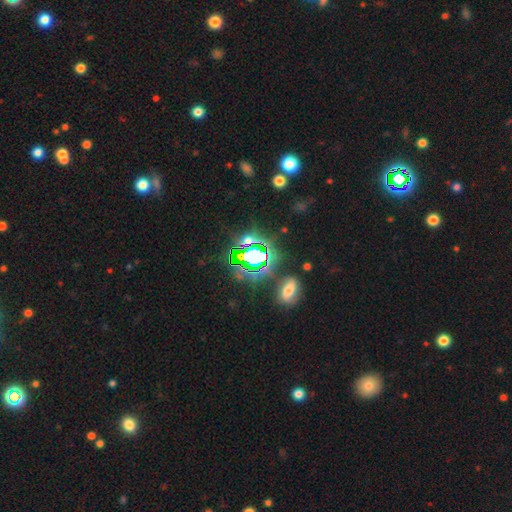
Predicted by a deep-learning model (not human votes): Smooth or featured: star or artifact — 72% (smooth — 17%)